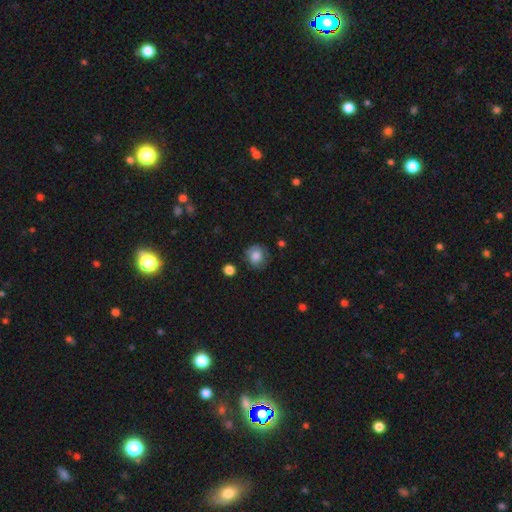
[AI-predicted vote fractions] Smooth or featured?
  - smooth: 73% *
  - featured or disk: 18%
  - star or artifact: 9%
How rounded?
  - round: 79% *
  - in between: 20%
  - cigar-shaped: 1%
Merging?
  - none: 73% *
  - minor disturbance: 19%
  - major disturbance: 6%
  - merger: 2%